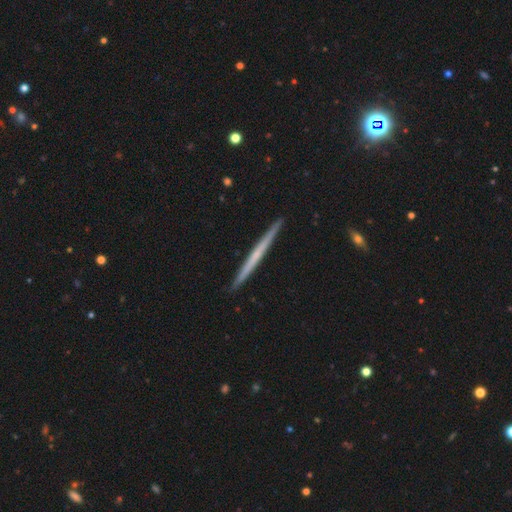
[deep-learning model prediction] Morphology: type=featured or disk (58%); edge-on=yes (98%); edge-on bulge=none (84%); merging=none (93%).